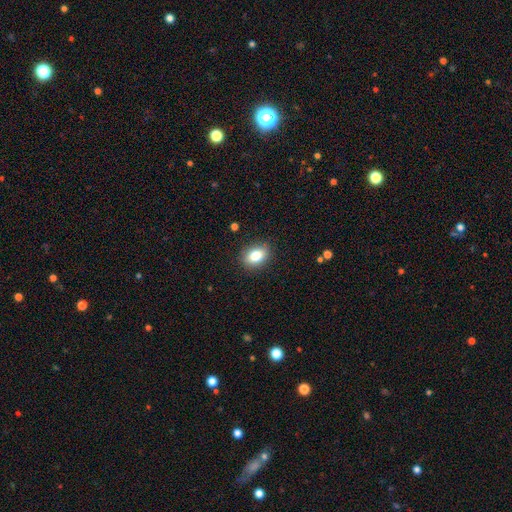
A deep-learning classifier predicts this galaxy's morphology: Overall: smooth (82%). How rounded: in between (75%). Merging: none (87%).